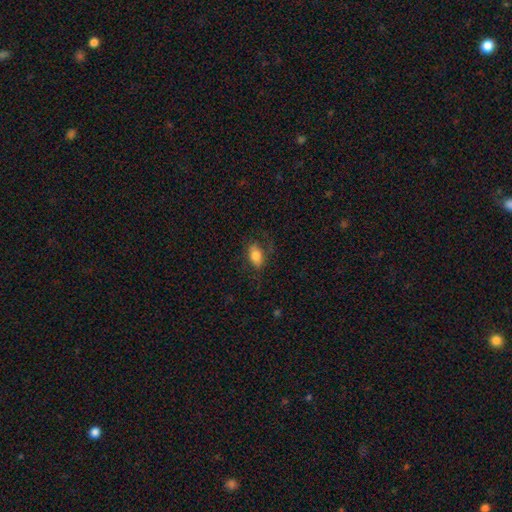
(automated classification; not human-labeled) This is likely a smooth galaxy (76%). How rounded: clearly in between (90%). Merging: likely none (66%).